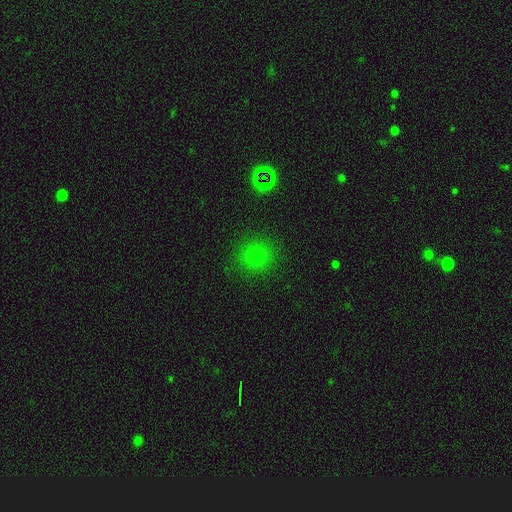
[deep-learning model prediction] A smooth galaxy with no disk features (70%) that is round (91%).

Vote fractions:
- Smooth or featured? smooth: 70% / star or artifact: 24% / featured or disk: 6%
- How rounded? round: 91% / in between: 8% / cigar-shaped: 1%
- Merging? none: 87% / minor disturbance: 9% / major disturbance: 3% / merger: 1%